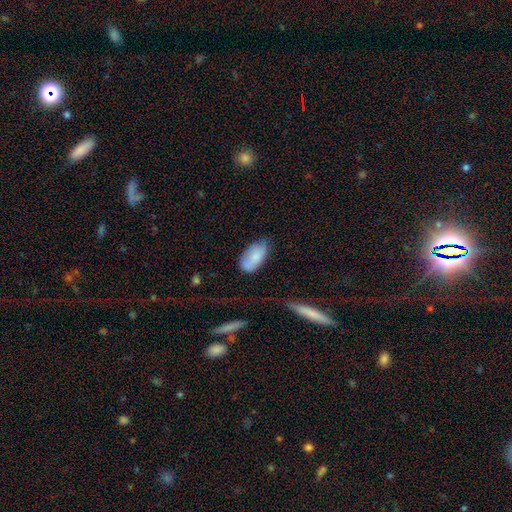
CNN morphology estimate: Overall: smooth (81%). How rounded: in between (94%). Merging: none (58%; minor disturbance 30%).